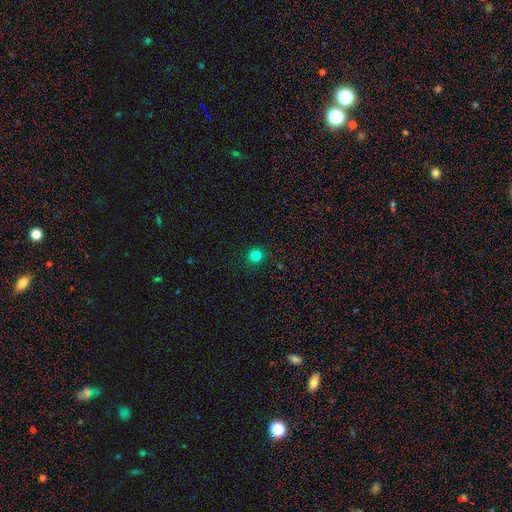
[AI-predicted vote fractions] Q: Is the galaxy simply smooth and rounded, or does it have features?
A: smooth — 82%.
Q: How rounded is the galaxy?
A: round — 91%.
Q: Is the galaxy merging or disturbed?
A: none — 91%.